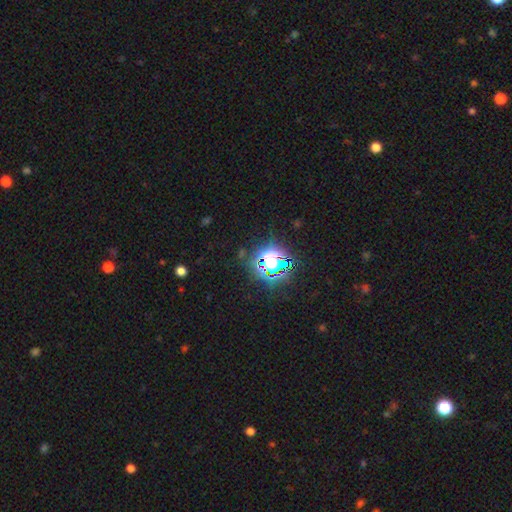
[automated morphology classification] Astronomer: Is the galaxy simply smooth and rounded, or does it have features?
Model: star or artifact — 82%.